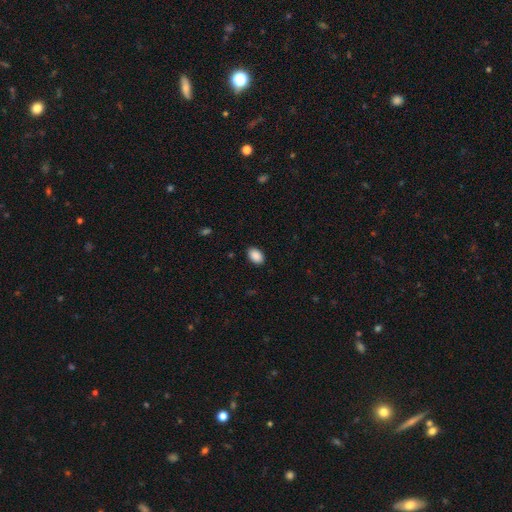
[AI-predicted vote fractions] smooth-or-featured: smooth: 90% | star or artifact: 7% | featured or disk: 3%
  how-rounded: in between: 89% | round: 10% | cigar-shaped: 1%
  merging: none: 89% | minor disturbance: 8% | major disturbance: 2% | merger: 1%